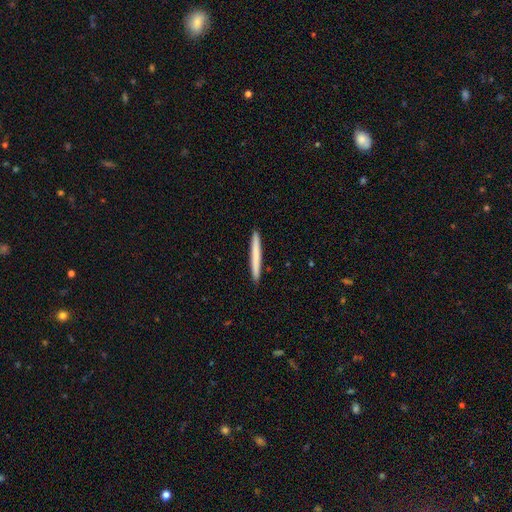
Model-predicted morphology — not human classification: smooth-or-featured: smooth: 71% | featured or disk: 24% | star or artifact: 5%
  how-rounded: cigar-shaped: 97% | in between: 2% | round: 1%
  merging: none: 93% | minor disturbance: 4% | major disturbance: 1% | merger: 1%